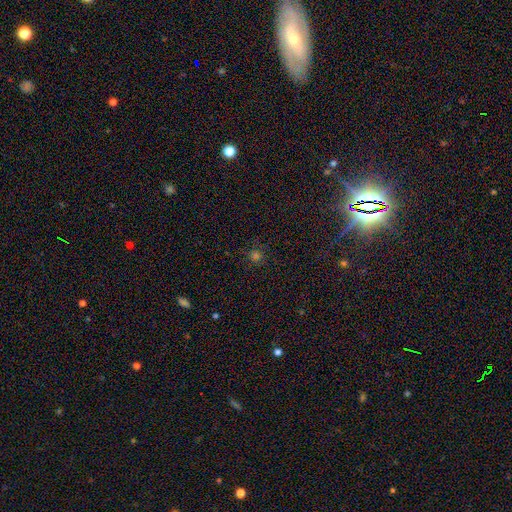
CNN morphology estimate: This is possibly a smooth galaxy (56%). How rounded: clearly round (92%). Merging: clearly none (86%).